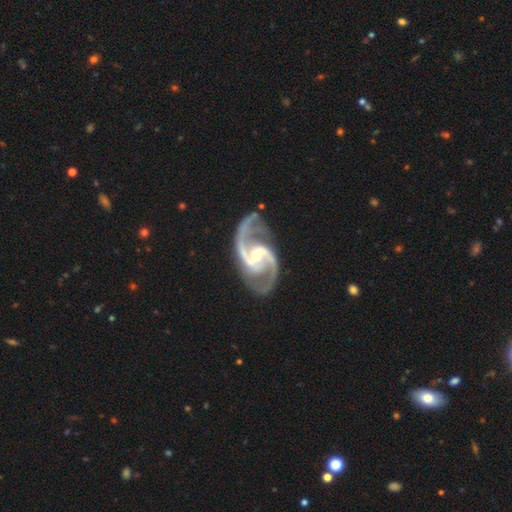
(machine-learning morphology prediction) This is clearly a featured or disk galaxy (94%). It is clearly not viewed edge-on (98%). Bar: marginally weak (45%). Spiral arm pattern: clearly yes (99%). Spiral arm count: clearly 2 (93%). Spiral winding: likely medium (60%). Central bulge: possibly moderate (57%). Merging: likely none (75%).